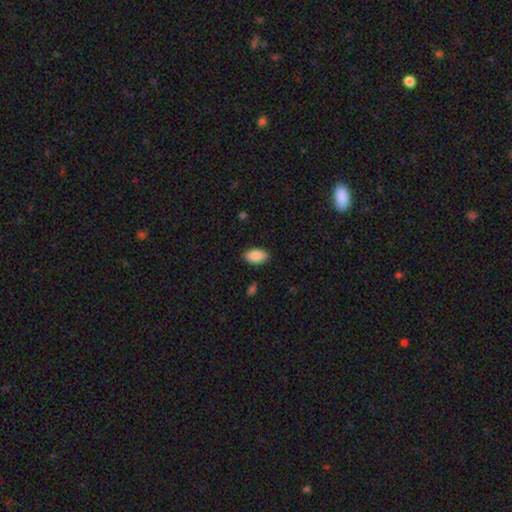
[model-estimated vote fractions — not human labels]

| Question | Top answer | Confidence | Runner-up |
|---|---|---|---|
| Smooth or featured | smooth | 89% | star or artifact (7%) |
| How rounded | in between | 94% | round (4%) |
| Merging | none | 87% | minor disturbance (9%) |